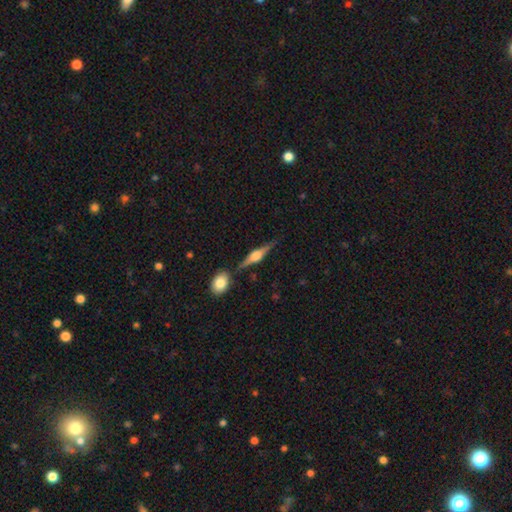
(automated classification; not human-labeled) A featured or disk galaxy (76%) viewed edge-on (97%) with a rounded central bulge (86%). Merging: none (80%).